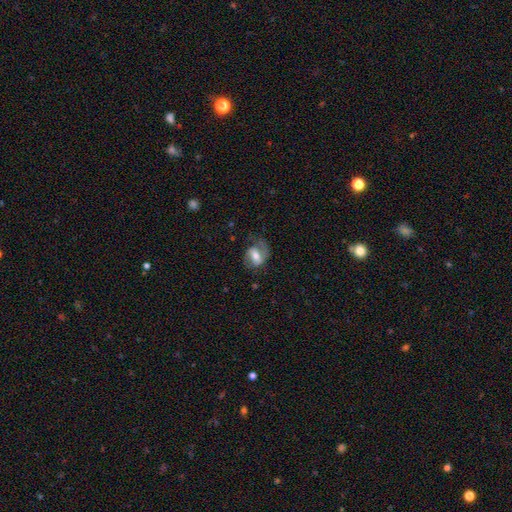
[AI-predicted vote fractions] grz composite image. It shows a featured or disk galaxy (67%) with a weak bar (44%), 2 (72%) medium (48%) spiral arms (87%) and a moderate central bulge (64%). Merging: none (58%).